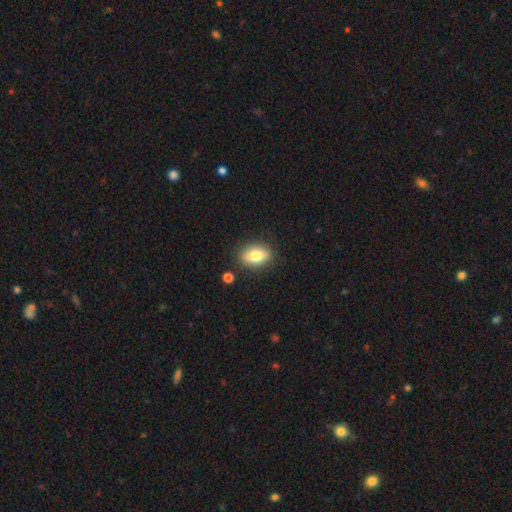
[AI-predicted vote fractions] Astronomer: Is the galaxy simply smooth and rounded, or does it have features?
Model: smooth — 69%.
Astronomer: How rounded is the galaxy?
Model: in between — 80%.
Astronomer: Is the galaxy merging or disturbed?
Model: none — 86%.